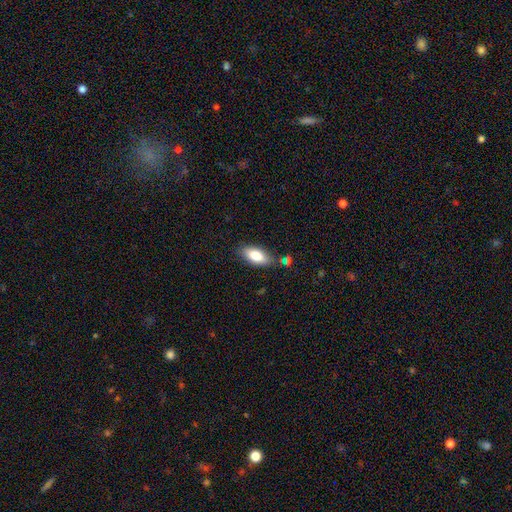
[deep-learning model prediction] Smooth or featured: smooth — 81% (featured or disk — 12%)
How rounded: in between — 86% (cigar-shaped — 11%)
Merging: none — 73% (minor disturbance — 17%)